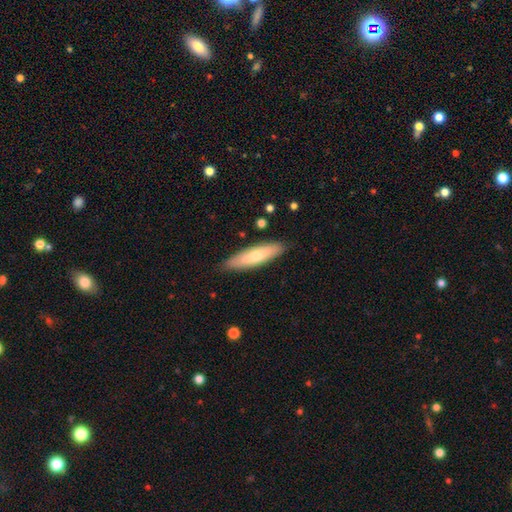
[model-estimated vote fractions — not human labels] Smooth or featured: smooth — 64% (featured or disk — 30%)
How rounded: cigar-shaped — 69% (in between — 29%)
Merging: none — 85% (minor disturbance — 11%)